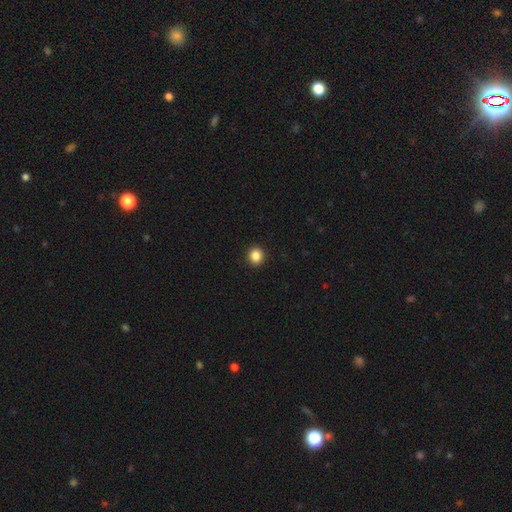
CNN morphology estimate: smooth_or_featured: smooth (p=0.86) [alt: star or artifact p=0.10]
how_rounded: round (p=0.83) [alt: in between p=0.16]
merging: none (p=0.93) [alt: minor disturbance p=0.04]